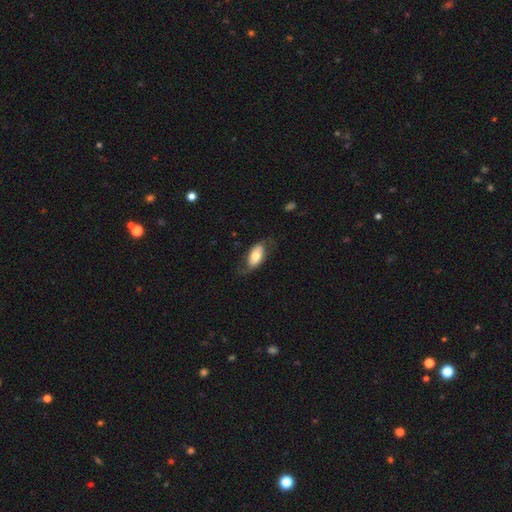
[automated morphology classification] smooth 61%, featured or disk 33%, star or artifact 6%. Down the decision tree: how rounded — in between (91%); merging — none (63%).